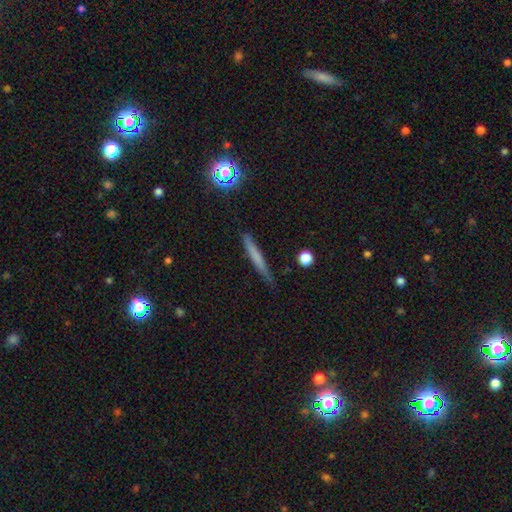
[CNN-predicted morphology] Smooth or featured: smooth — 62% (featured or disk — 29%)
How rounded: cigar-shaped — 95% (in between — 3%)
Merging: none — 84% (minor disturbance — 12%)